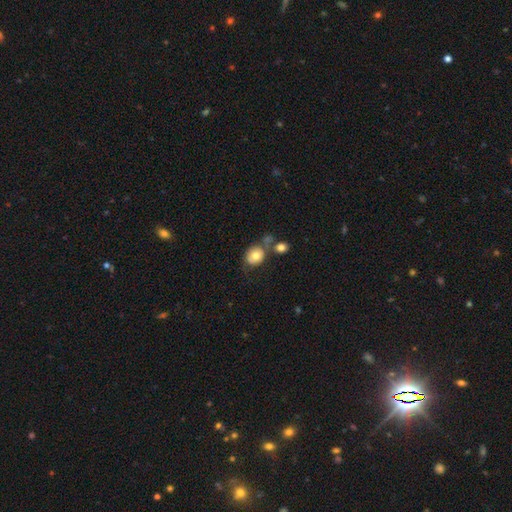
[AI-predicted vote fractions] Smooth or featured? smooth (75%)
How rounded? round (60%)
Merging? none (52%)